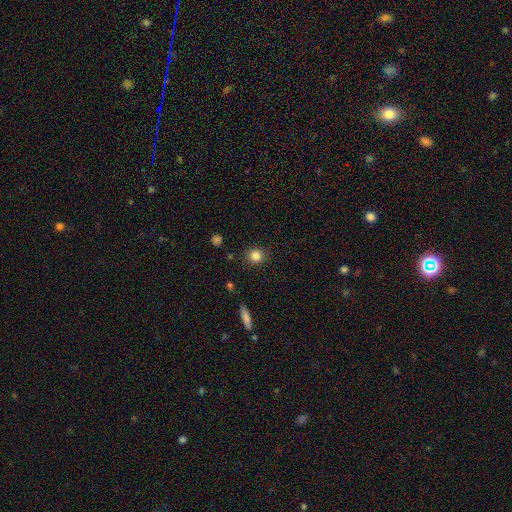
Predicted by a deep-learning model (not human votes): Overall: smooth (83%). How rounded: round (89%). Merging: none (89%).